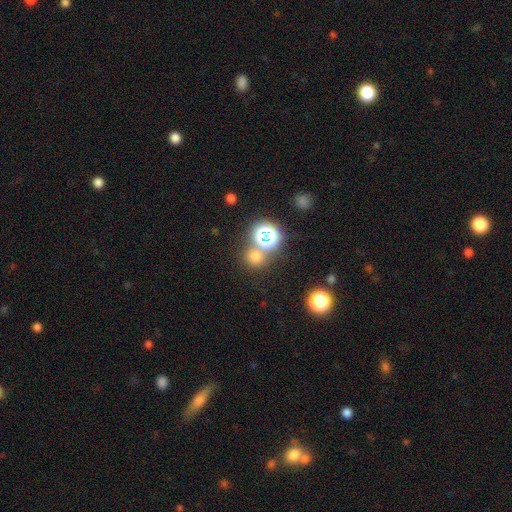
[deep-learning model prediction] A smooth galaxy with no disk features (61%) that is round (88%).

Vote fractions:
- Smooth or featured? smooth: 61% / star or artifact: 33% / featured or disk: 6%
- How rounded? round: 88% / in between: 11% / cigar-shaped: 1%
- Merging? none: 70% / merger: 18% / minor disturbance: 8% / major disturbance: 4%